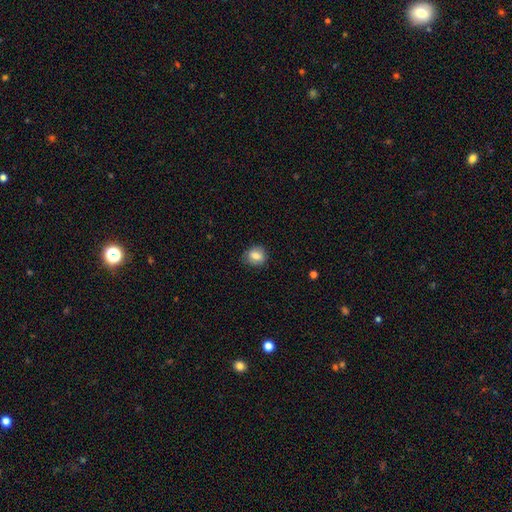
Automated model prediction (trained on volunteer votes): Morphology: type=smooth (80%); roundness=round (65%); merging=none (82%).